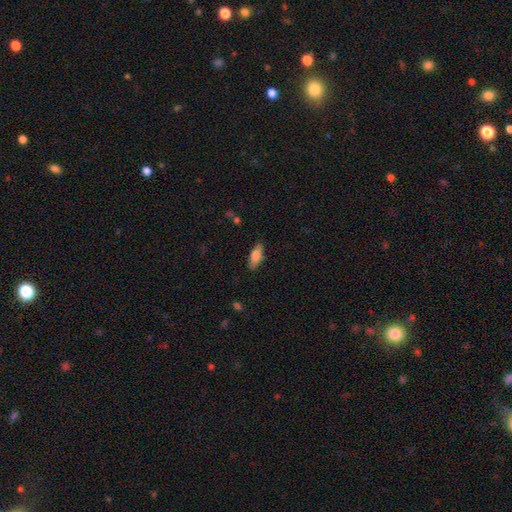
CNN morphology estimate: Q: Smooth or featured?
A: smooth (74%); runner-up: featured or disk (20%)
Q: How rounded?
A: in between (71%); runner-up: cigar-shaped (27%)
Q: Merging?
A: none (86%); runner-up: minor disturbance (10%)